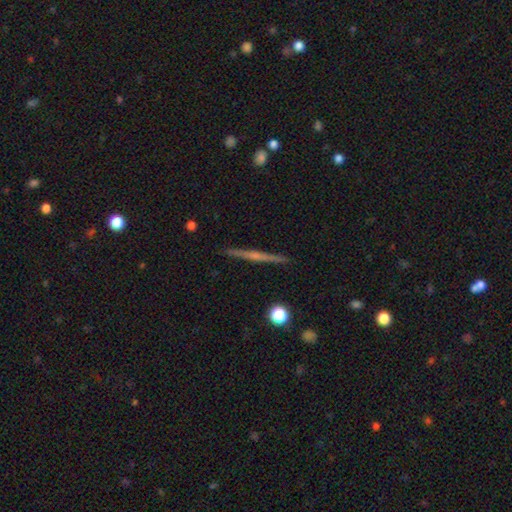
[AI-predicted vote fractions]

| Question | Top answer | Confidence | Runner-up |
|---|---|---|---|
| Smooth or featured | featured or disk | 65% | smooth (24%) |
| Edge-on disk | yes | 96% | no (4%) |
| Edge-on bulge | rounded | 54% | none (36%) |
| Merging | none | 90% | minor disturbance (7%) |